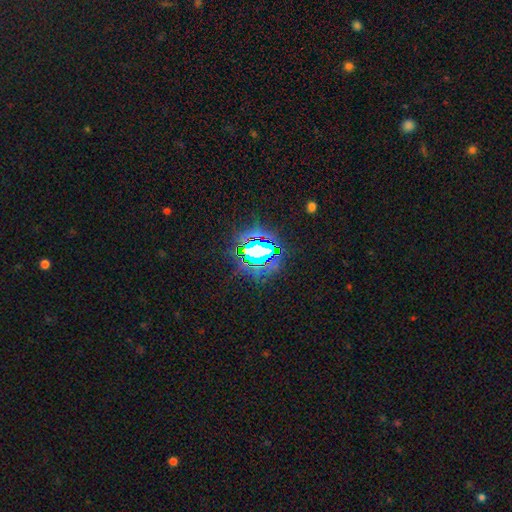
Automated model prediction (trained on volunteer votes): The model was most divided on "smooth or featured": star or artifact: 70%, smooth: 18%, featured or disk: 12%.